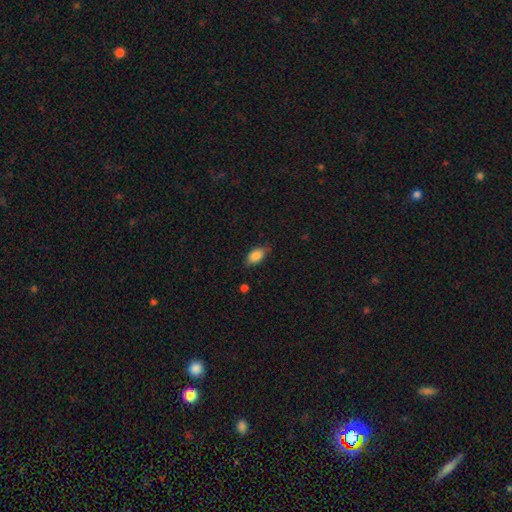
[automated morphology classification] type=smooth (84%); roundness=in between (90%); merging=none (71%).